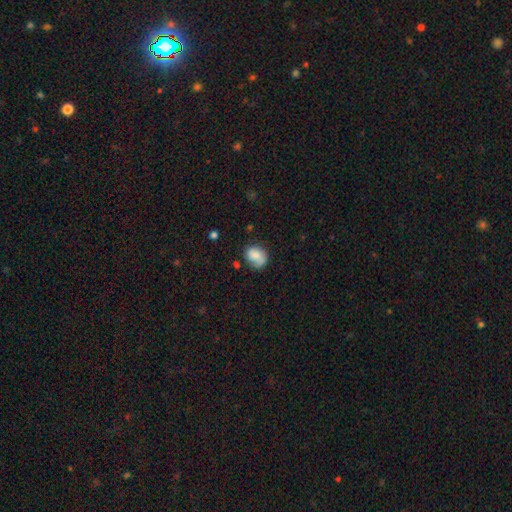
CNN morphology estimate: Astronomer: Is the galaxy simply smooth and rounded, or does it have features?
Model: smooth — 74%.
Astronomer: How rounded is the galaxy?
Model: in between — 53% (runner-up: round, 46%).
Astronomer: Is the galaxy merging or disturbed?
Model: none — 54%.